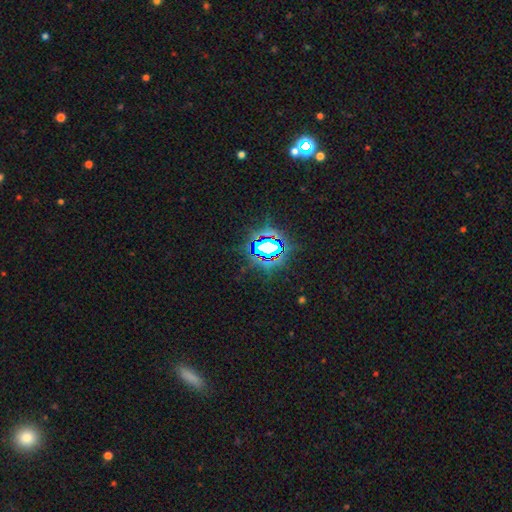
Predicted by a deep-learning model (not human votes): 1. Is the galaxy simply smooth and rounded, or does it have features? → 80% star or artifact, 13% smooth, 7% featured or disk.